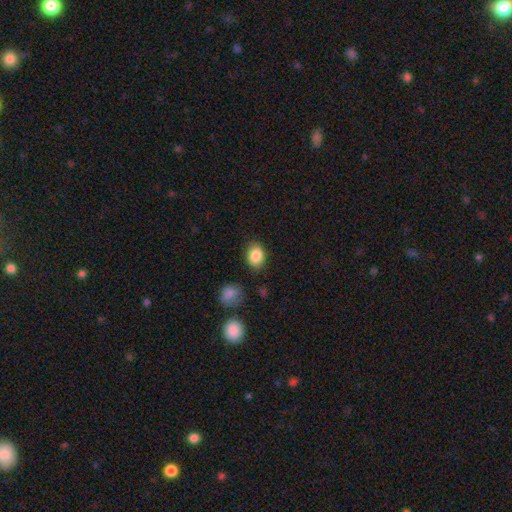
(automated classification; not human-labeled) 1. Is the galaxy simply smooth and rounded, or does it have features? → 86% smooth, 9% star or artifact, 5% featured or disk.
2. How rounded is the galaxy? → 63% in between, 36% round, 1% cigar-shaped.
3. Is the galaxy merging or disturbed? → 82% none, 12% minor disturbance, 3% major disturbance, 3% merger.